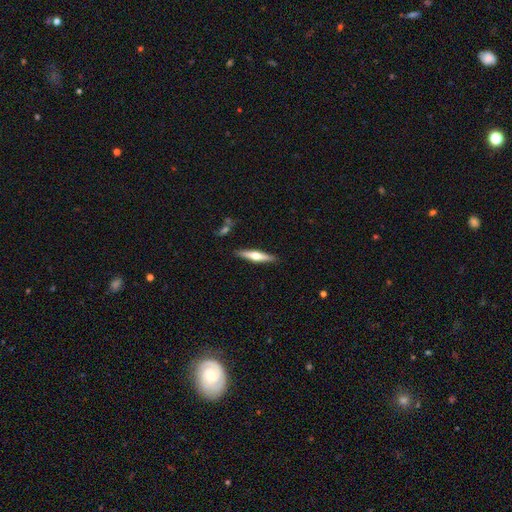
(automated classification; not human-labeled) The model was most divided on "smooth or featured": featured or disk: 56%, smooth: 39%, star or artifact: 6%. More confident: edge-on disk — yes (95%); edge-on bulge — rounded (92%); merging — none (89%).